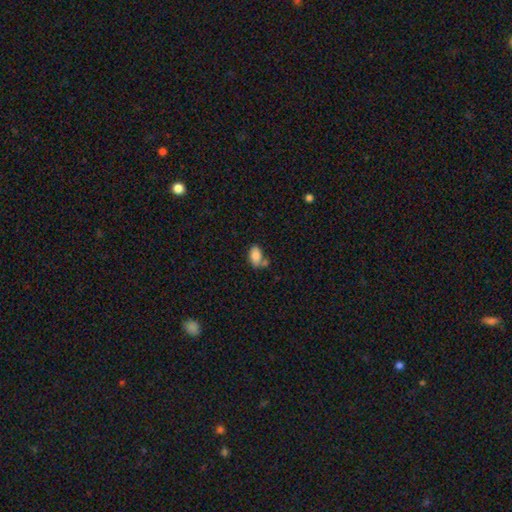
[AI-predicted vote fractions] The model was most divided on "merging": none: 54%, merger: 22%, minor disturbance: 19%, major disturbance: 5%. More confident: how rounded — in between (92%); smooth or featured — smooth (85%).